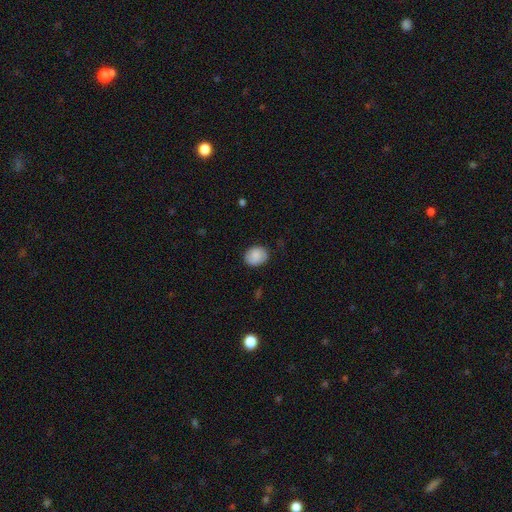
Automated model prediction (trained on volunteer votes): Smooth or featured? Predicted: smooth (p=0.84). How rounded? Predicted: in between (p=0.50). Merging? Predicted: none (p=0.82).